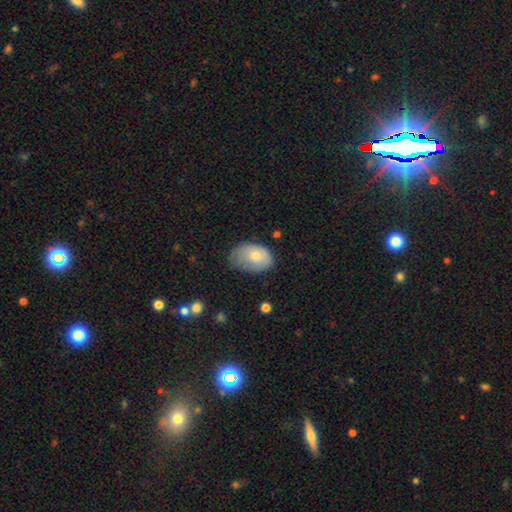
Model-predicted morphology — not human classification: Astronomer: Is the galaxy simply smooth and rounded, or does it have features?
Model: smooth — 74%.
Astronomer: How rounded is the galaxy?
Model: in between — 83%.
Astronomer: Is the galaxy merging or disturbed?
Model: none — 48% (runner-up: minor disturbance, 37%).